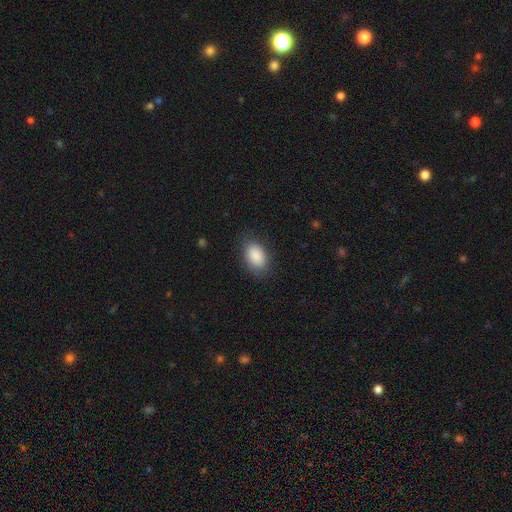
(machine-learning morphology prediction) type=smooth (89%); roundness=in between (90%); merging=none (82%).